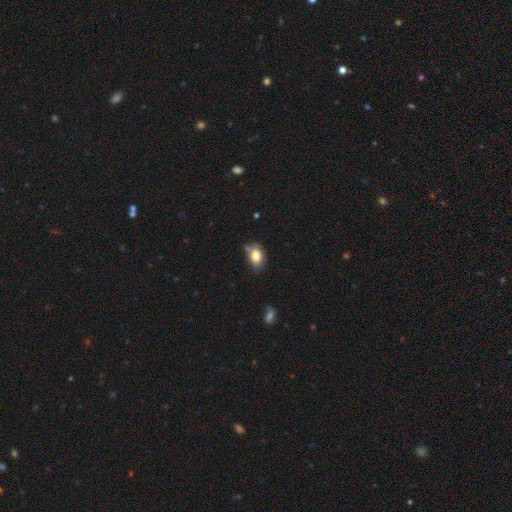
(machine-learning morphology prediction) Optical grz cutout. It shows a smooth galaxy with no disk features (80%) that is in between round and cigar-shaped (80%). Merging: none (62%).